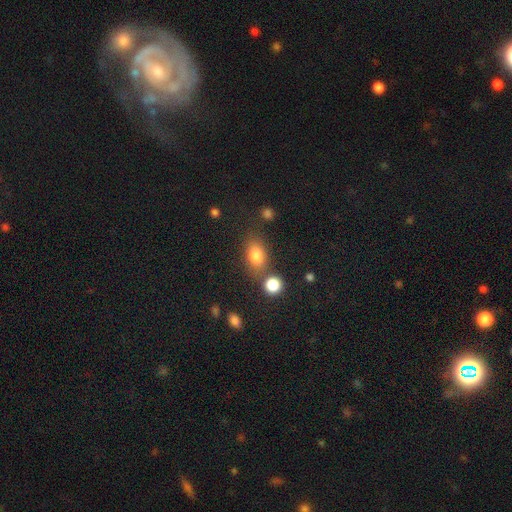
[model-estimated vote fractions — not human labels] Q: Smooth or featured?
A: smooth (79%); runner-up: star or artifact (11%)
Q: How rounded?
A: in between (78%); runner-up: round (20%)
Q: Merging?
A: none (70%); runner-up: minor disturbance (13%)